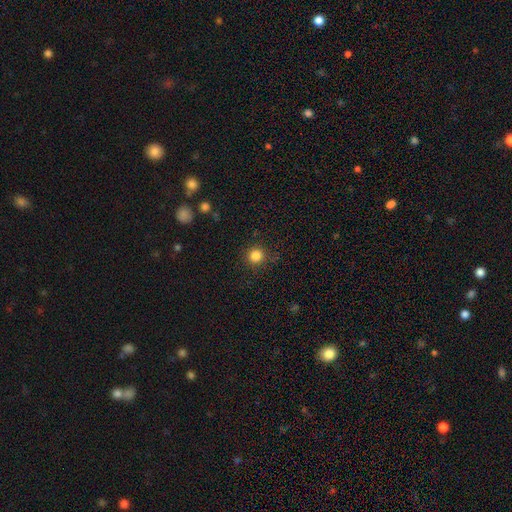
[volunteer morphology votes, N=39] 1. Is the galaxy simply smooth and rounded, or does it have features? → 92% smooth, 5% featured or disk, 3% star or artifact.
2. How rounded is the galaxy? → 100% round, 0% in between, 0% cigar-shaped.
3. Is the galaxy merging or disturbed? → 87% none, 5% minor disturbance, 5% merger, 3% major disturbance.